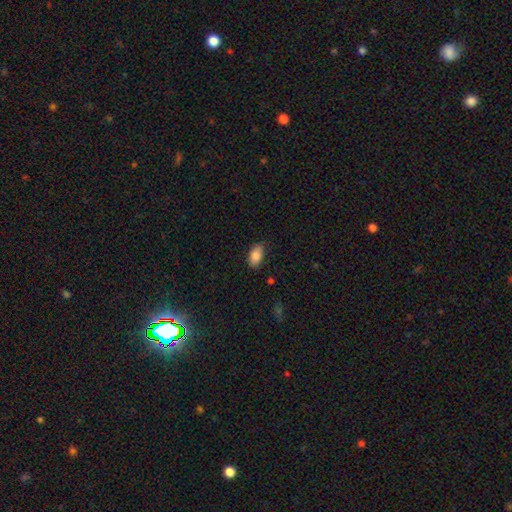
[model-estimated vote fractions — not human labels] Smooth or featured: smooth — 85% (star or artifact — 8%)
How rounded: in between — 92% (round — 5%)
Merging: none — 75% (minor disturbance — 21%)